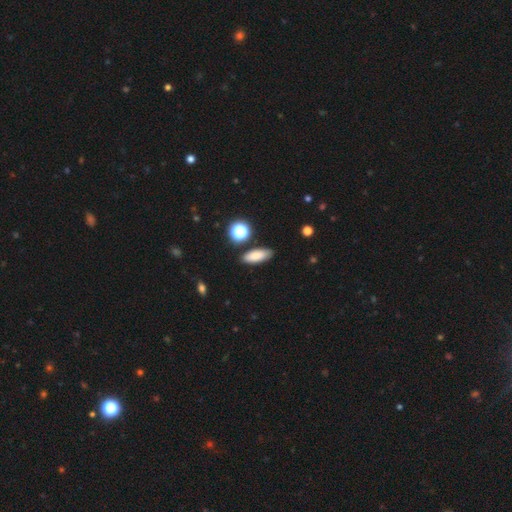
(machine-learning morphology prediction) A smooth galaxy with no disk features (81%) that is in between round and cigar-shaped (70%). Merging: none (83%).